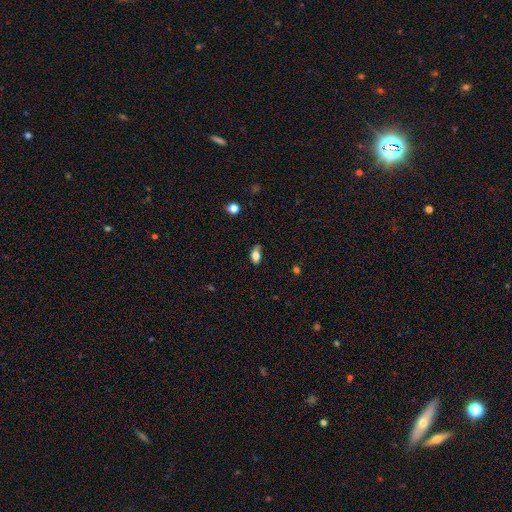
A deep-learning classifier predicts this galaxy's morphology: Smooth or featured: smooth — 77% (featured or disk — 15%)
How rounded: in between — 88% (round — 6%)
Merging: none — 64% (minor disturbance — 28%)